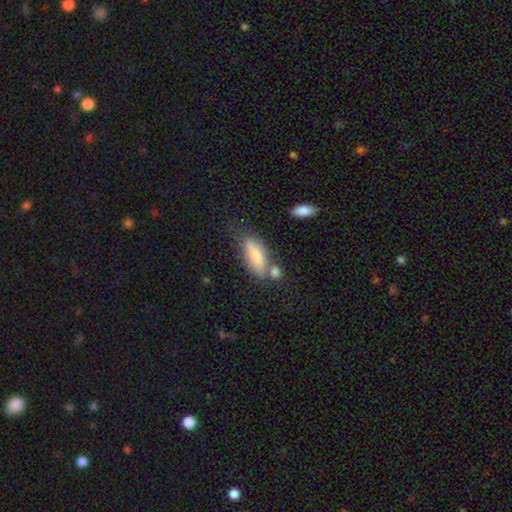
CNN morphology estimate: Smooth or featured?
  - smooth: 77% *
  - featured or disk: 16%
  - star or artifact: 7%
How rounded?
  - in between: 75% *
  - cigar-shaped: 23%
  - round: 3%
Merging?
  - none: 47% *
  - minor disturbance: 22%
  - merger: 22%
  - major disturbance: 9%